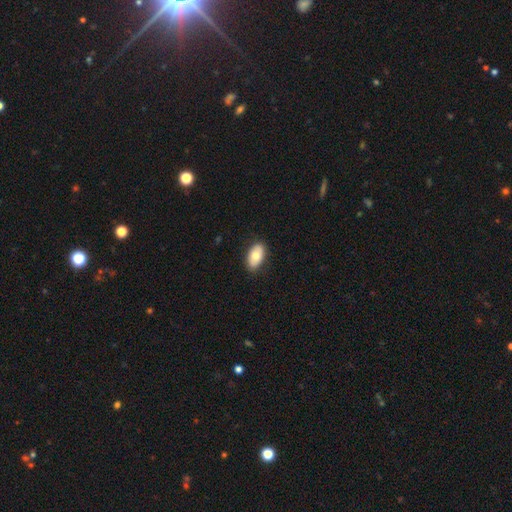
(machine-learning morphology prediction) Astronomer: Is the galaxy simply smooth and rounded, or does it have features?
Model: smooth — 75%.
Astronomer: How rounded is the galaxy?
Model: in between — 93%.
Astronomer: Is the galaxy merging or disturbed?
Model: none — 87%.